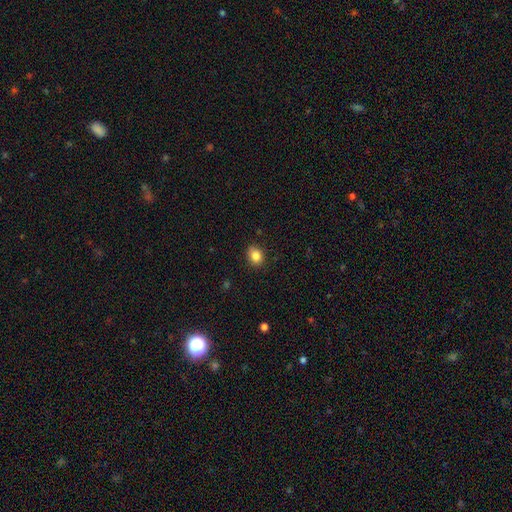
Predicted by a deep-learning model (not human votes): The model was most divided on "how rounded": in between: 54%, round: 45%, cigar-shaped: 1%. More confident: merging — none (86%); smooth or featured — smooth (85%).